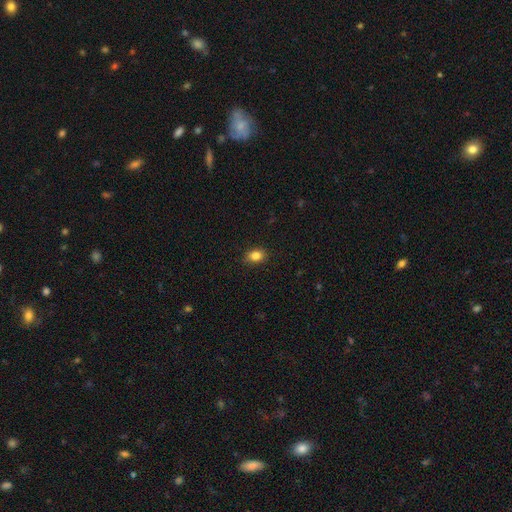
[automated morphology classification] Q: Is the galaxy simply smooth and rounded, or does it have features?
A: smooth — 85%.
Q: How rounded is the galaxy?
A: in between — 69%.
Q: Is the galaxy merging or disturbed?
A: none — 88%.